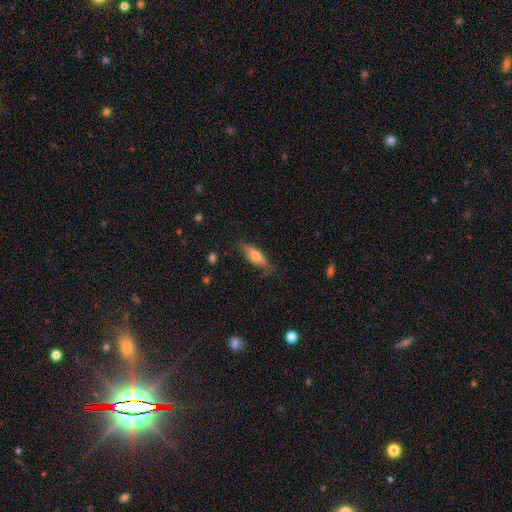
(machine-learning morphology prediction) Q: Smooth or featured?
A: smooth (63%); runner-up: featured or disk (31%)
Q: How rounded?
A: in between (50%); runner-up: cigar-shaped (48%)
Q: Merging?
A: none (74%); runner-up: minor disturbance (21%)